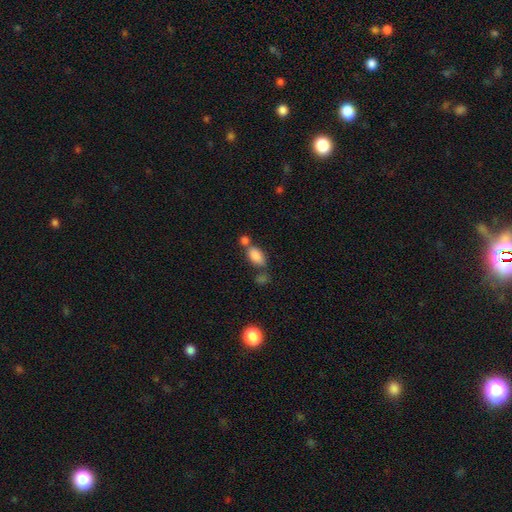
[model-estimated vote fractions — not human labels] Q: Smooth or featured?
A: smooth (84%); runner-up: star or artifact (9%)
Q: How rounded?
A: in between (90%); runner-up: round (5%)
Q: Merging?
A: none (49%); runner-up: merger (32%)